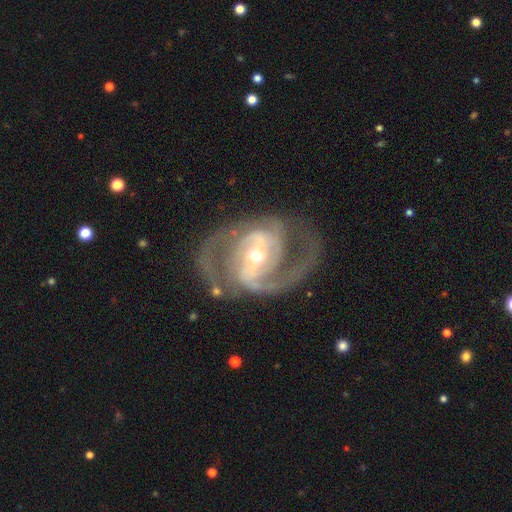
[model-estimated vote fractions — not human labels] Morphology: type=featured or disk (91%); edge-on=no (97%); bar=strong (48%); spiral arms=yes (97%); winding=medium (57%); arm count=2 (80%); bulge=moderate (51%); merging=none (72%).